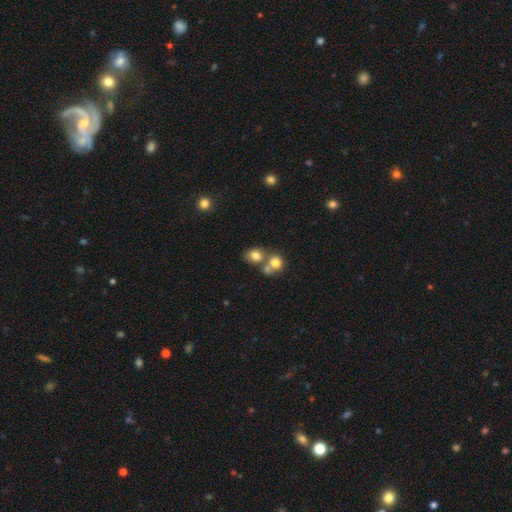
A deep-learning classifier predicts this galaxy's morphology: This is likely a smooth galaxy (76%). How rounded: likely round (63%). Merging: marginally merger (44%).